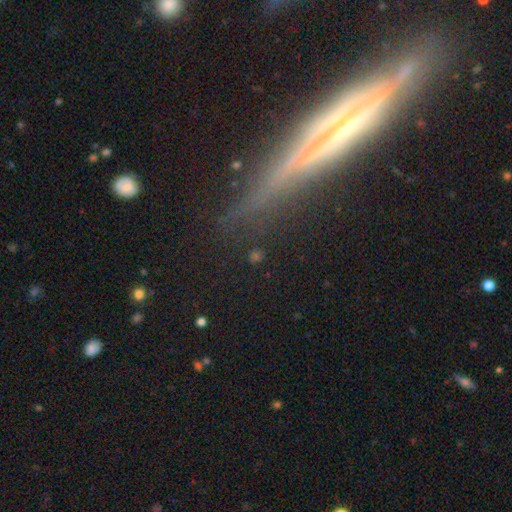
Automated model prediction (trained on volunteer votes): A star or artifact, not a galaxy (49%).

Vote fractions:
- Smooth or featured? star or artifact: 49% / smooth: 34% / featured or disk: 17%